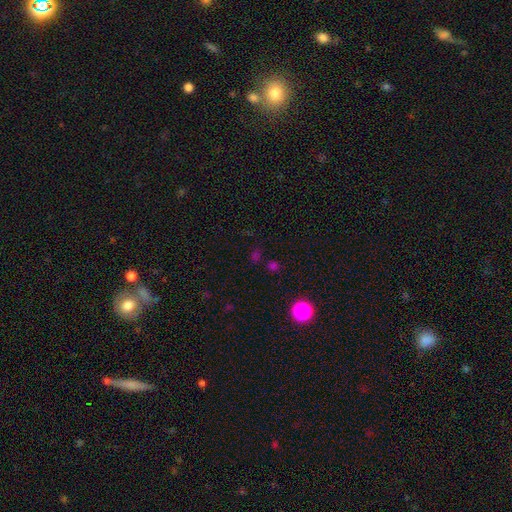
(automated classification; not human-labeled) A star or artifact, not a galaxy (47%).

Vote fractions:
- Smooth or featured? star or artifact: 47% / smooth: 46% / featured or disk: 7%